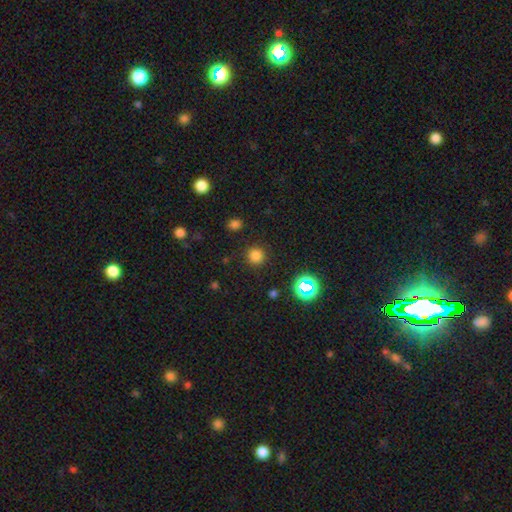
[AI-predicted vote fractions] Smooth or featured: smooth — 78% (star or artifact — 18%)
How rounded: round — 94% (in between — 5%)
Merging: none — 90% (minor disturbance — 6%)